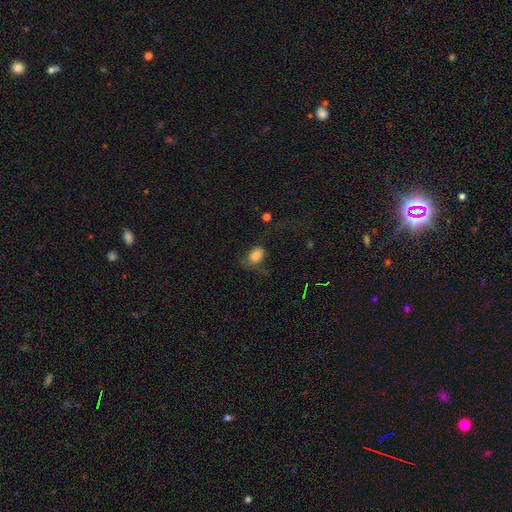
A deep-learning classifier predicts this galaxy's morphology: A smooth galaxy with no disk features (79%) that is in between round and cigar-shaped (74%). Merging: none (43%).